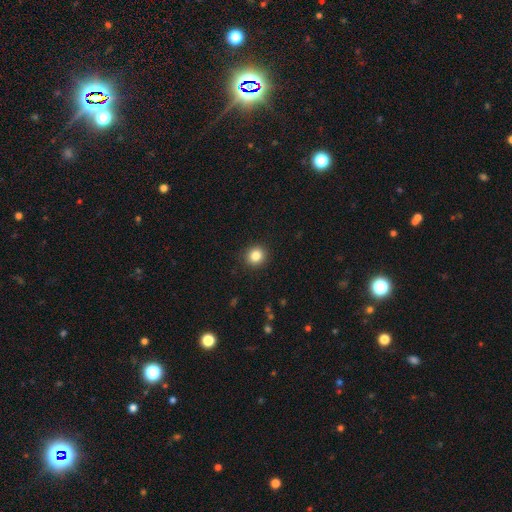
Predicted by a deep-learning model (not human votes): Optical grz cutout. It shows a smooth galaxy with no disk features (85%) that is round (88%). Merging: none (91%).